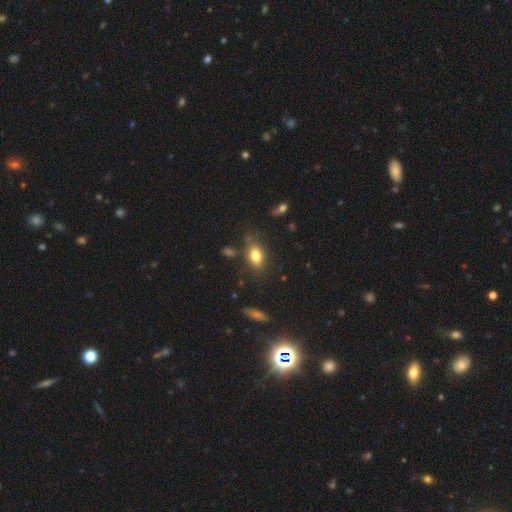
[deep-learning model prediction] Smooth or featured? Predicted: smooth (p=0.80). How rounded? Predicted: in between (p=0.84). Merging? Predicted: none (p=0.76).